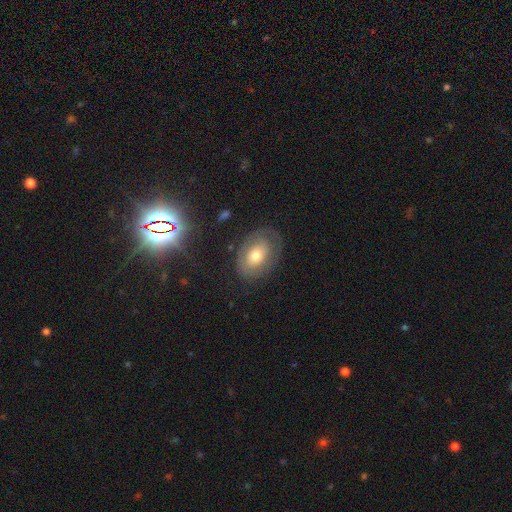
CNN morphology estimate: Overall: smooth (51%; featured or disk 41%). How rounded: in between (79%). Merging: none (71%).